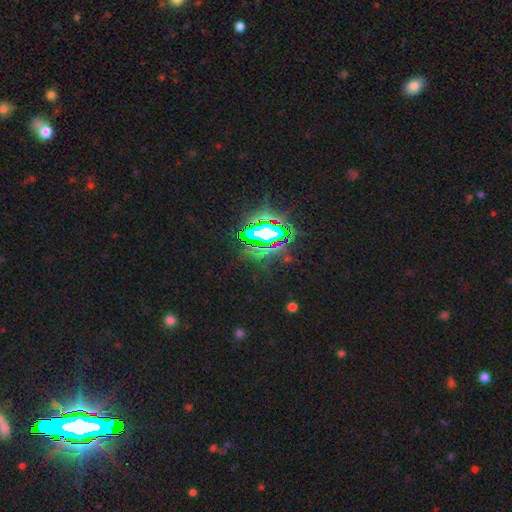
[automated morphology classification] Q: Smooth or featured?
A: star or artifact (83%); runner-up: smooth (9%)